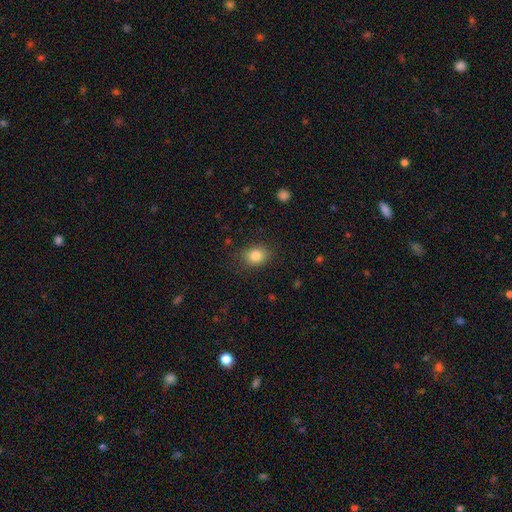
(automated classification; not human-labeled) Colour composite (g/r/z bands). It shows a smooth galaxy with no disk features (84%) that is in between round and cigar-shaped (55%). Merging: none (84%).